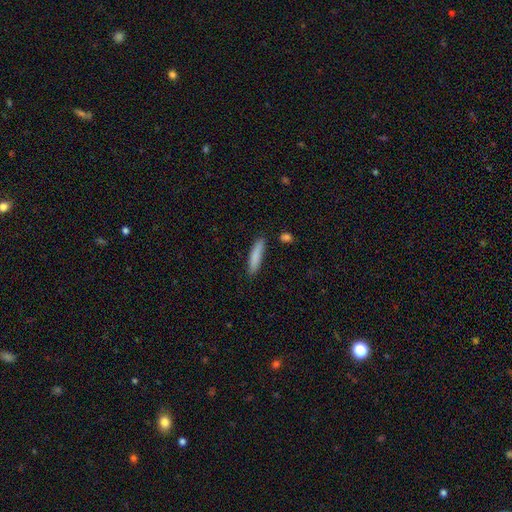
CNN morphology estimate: This appears to be a smooth galaxy with no disk features (83%) that is cigar-shaped (86%). Merging: none (84%).